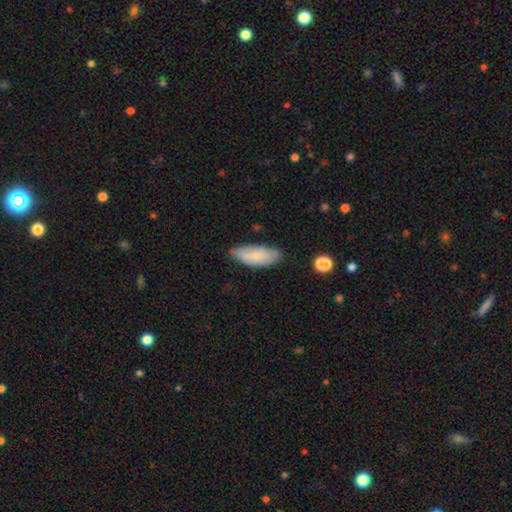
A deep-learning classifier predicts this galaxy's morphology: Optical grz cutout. It shows a smooth galaxy with no disk features (72%) that is in between round and cigar-shaped (83%). Merging: none (72%).